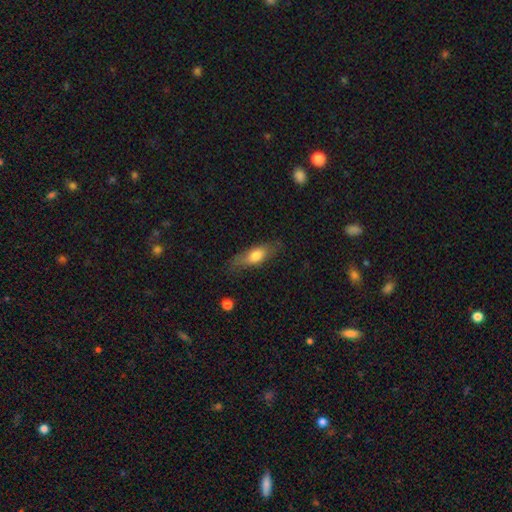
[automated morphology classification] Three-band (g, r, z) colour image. It shows a smooth galaxy with no disk features (71%) that is in between round and cigar-shaped (67%). Merging: none (69%).